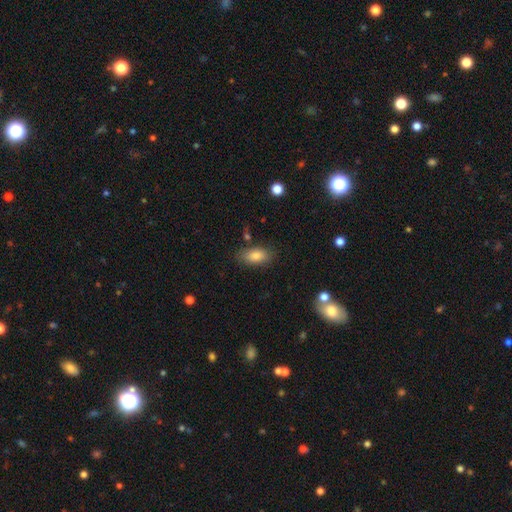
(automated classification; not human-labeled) smooth_or_featured: smooth (p=0.83) [alt: featured or disk p=0.09]
how_rounded: in between (p=0.89) [alt: cigar-shaped p=0.06]
merging: none (p=0.81) [alt: minor disturbance p=0.13]